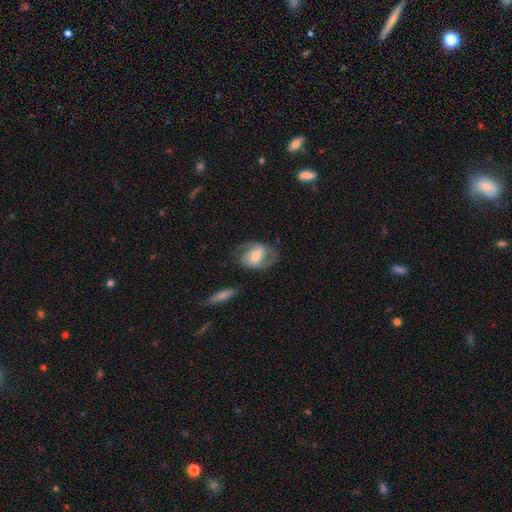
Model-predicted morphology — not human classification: A featured or disk galaxy (67%) with a weak bar (40%), 2 (84%) medium (49%) spiral arms (84%) and a moderate central bulge (51%).

Vote fractions:
- Smooth or featured? featured or disk: 67% / smooth: 27% / star or artifact: 6%
- Edge-on disk? no: 95% / yes: 5%
- Bar? weak: 40% / strong: 31% / no: 30%
- Spiral arms? yes: 84% / no: 16%
- Spiral winding? medium: 49% / tight: 27% / loose: 24%
- Spiral arm count? 2: 84% / can't tell: 9% / 1: 4% / 3: 1% / 4: 1% / more than 4: 1%
- Bulge size? moderate: 51% / small: 37% / large: 8% / none: 2% / dominant: 2%
- Merging? none: 68% / minor disturbance: 18% / major disturbance: 11% / merger: 3%